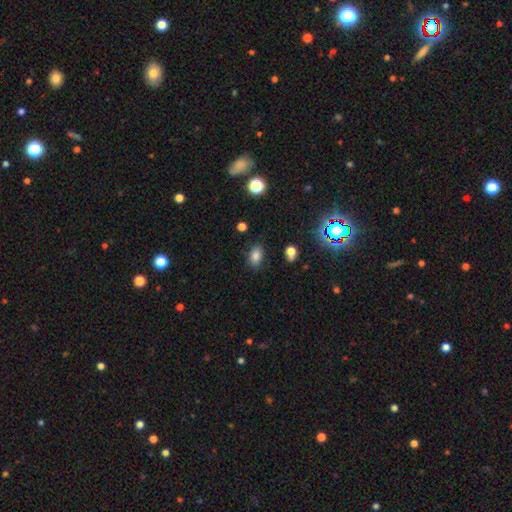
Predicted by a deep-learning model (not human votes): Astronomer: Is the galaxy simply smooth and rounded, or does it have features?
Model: smooth — 80%.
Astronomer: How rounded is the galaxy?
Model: in between — 82%.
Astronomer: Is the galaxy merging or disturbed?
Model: none — 82%.